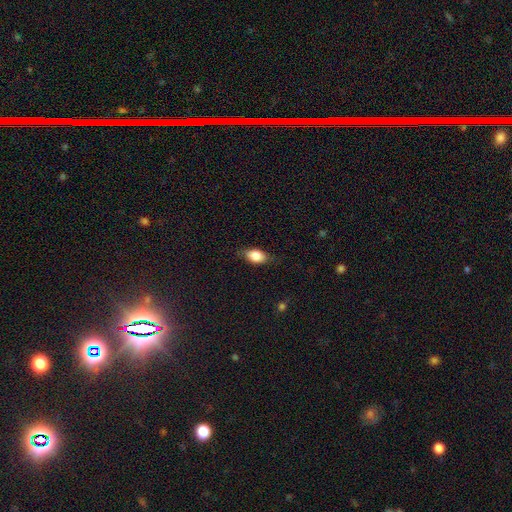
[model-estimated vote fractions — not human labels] smooth_or_featured: smooth (p=0.82) [alt: featured or disk p=0.11]
how_rounded: in between (p=0.85) [alt: round p=0.11]
merging: none (p=0.76) [alt: minor disturbance p=0.19]